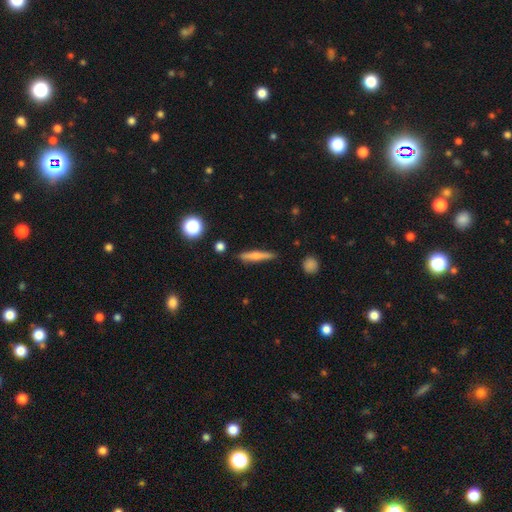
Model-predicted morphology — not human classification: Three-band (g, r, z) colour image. It shows a smooth galaxy with no disk features (60%) that is cigar-shaped (89%). Merging: none (85%).